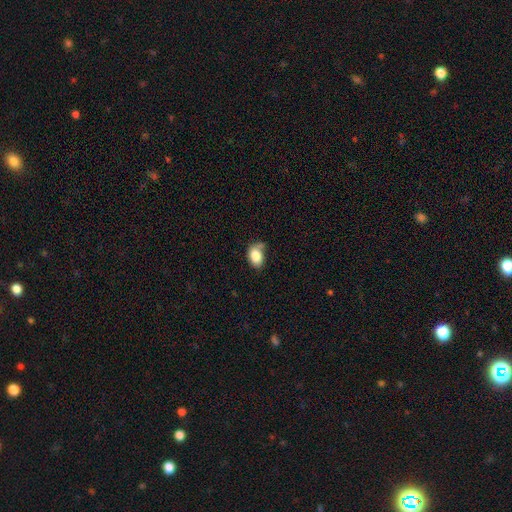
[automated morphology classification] Smooth or featured? smooth (81%)
How rounded? in between (78%)
Merging? none (45%)